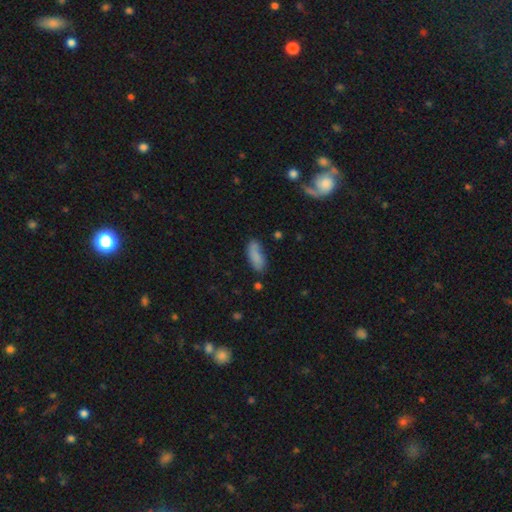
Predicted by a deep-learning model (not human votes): This is clearly a smooth galaxy (83%). How rounded: likely in between (75%). Merging: likely none (68%).